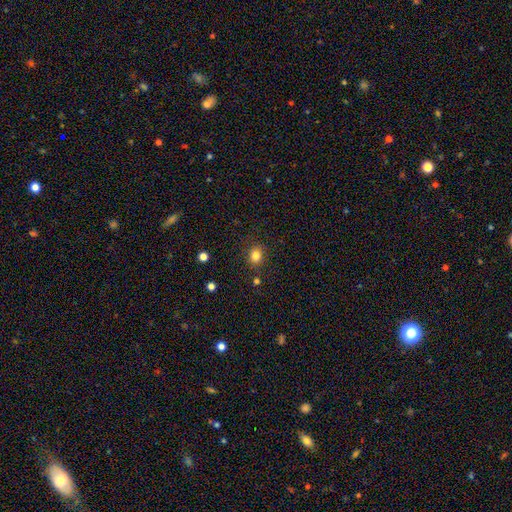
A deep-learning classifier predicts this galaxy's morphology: Smooth or featured? Predicted: smooth (p=0.82). How rounded? Predicted: round (p=0.71). Merging? Predicted: none (p=0.86).